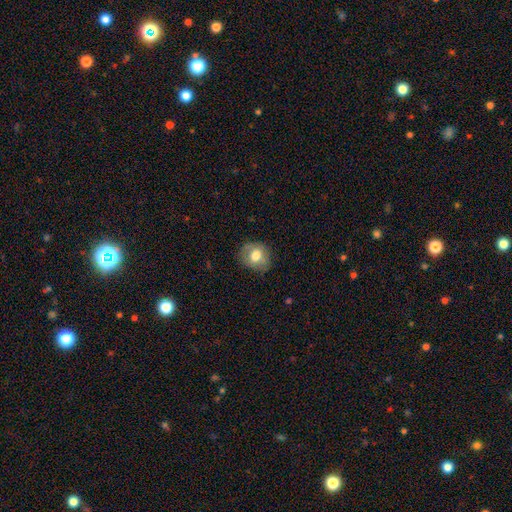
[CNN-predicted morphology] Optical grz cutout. It shows a smooth galaxy with no disk features (70%) that is round (74%). Merging: none (78%).